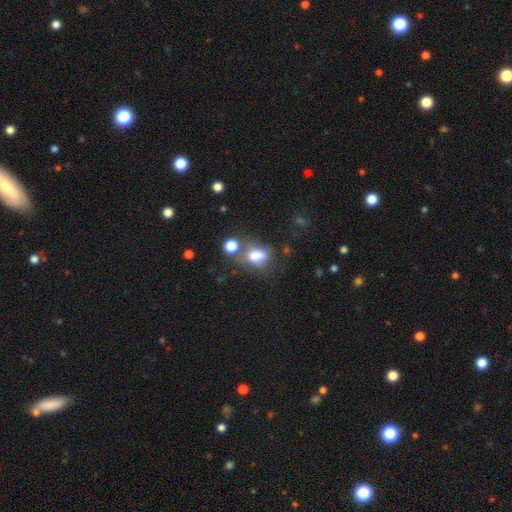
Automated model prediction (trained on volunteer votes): Smooth or featured?
  - smooth: 73% *
  - featured or disk: 15%
  - star or artifact: 13%
How rounded?
  - in between: 71% *
  - round: 27%
  - cigar-shaped: 2%
Merging?
  - none: 38% *
  - merger: 28%
  - minor disturbance: 19%
  - major disturbance: 15%